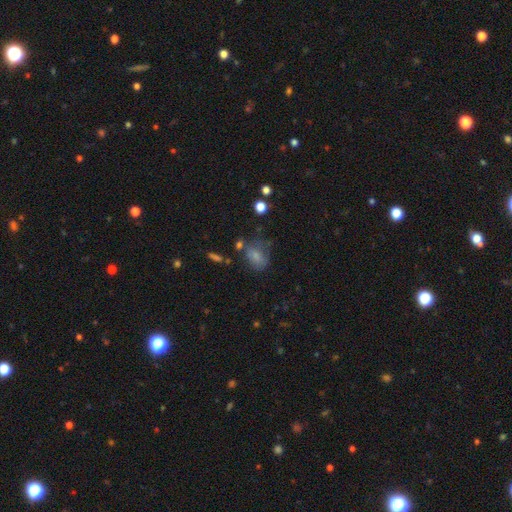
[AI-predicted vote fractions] smooth_or_featured: smooth (p=0.70) [alt: featured or disk p=0.18]
how_rounded: in between (p=0.67) [alt: round p=0.31]
merging: none (p=0.44) [alt: minor disturbance p=0.29]